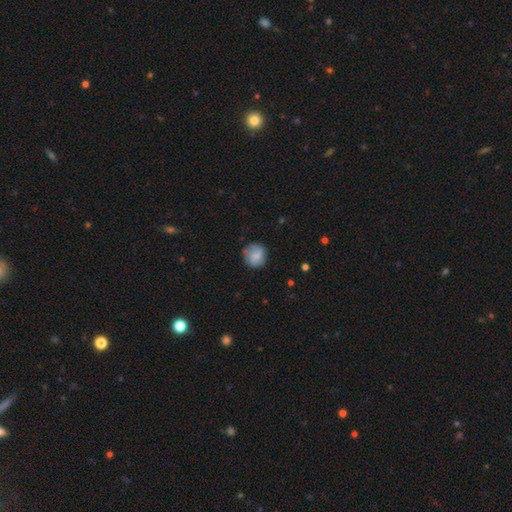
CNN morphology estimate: Q: Smooth or featured?
A: smooth (74%); runner-up: featured or disk (18%)
Q: How rounded?
A: round (87%); runner-up: in between (12%)
Q: Merging?
A: none (78%); runner-up: minor disturbance (16%)